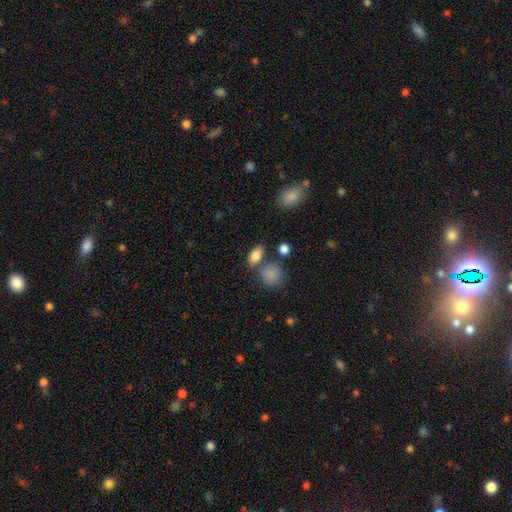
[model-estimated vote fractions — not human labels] Smooth or featured?
  - smooth: 83% *
  - star or artifact: 9%
  - featured or disk: 8%
How rounded?
  - in between: 84% *
  - round: 12%
  - cigar-shaped: 4%
Merging?
  - none: 64% *
  - merger: 18%
  - minor disturbance: 13%
  - major disturbance: 5%